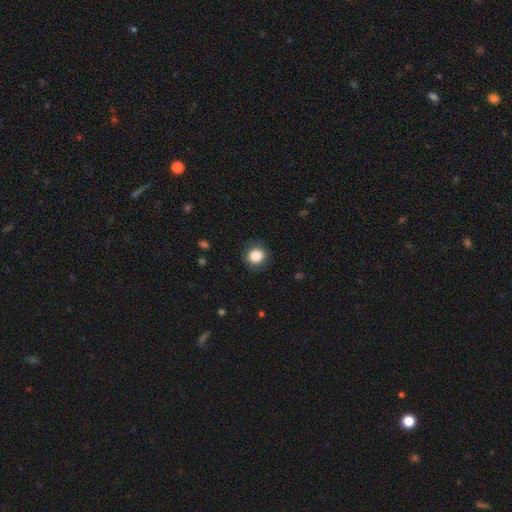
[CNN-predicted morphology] This appears to be a smooth galaxy with no disk features (85%) that is round (84%). Merging: none (85%).